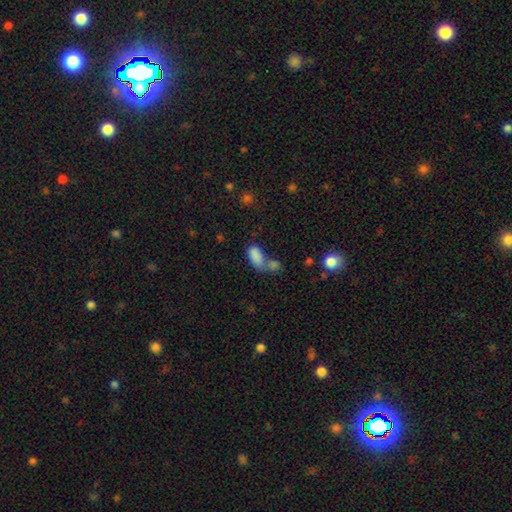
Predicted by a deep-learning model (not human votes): Q: Smooth or featured?
A: smooth (82%); runner-up: star or artifact (10%)
Q: How rounded?
A: in between (91%); runner-up: cigar-shaped (5%)
Q: Merging?
A: merger (53%); runner-up: none (28%)